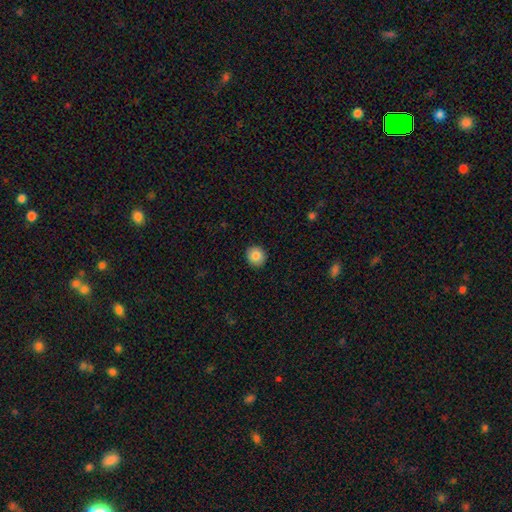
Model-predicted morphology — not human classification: This appears to be a smooth galaxy with no disk features (85%) that is round (90%). Merging: none (92%).